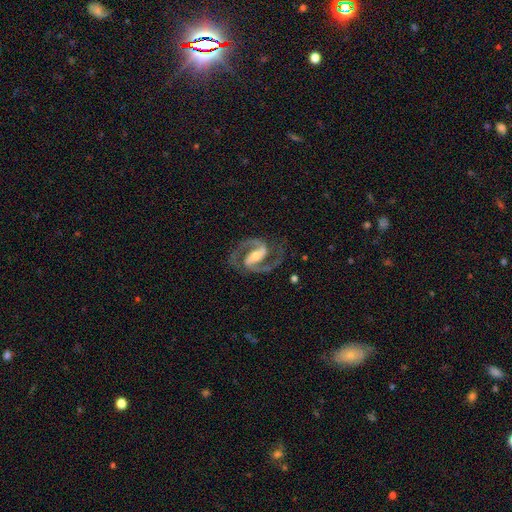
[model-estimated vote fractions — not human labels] Smooth or featured?
  - featured or disk: 93% *
  - star or artifact: 4%
  - smooth: 3%
Edge-on disk?
  - no: 97% *
  - yes: 3%
Bar?
  - strong: 55% *
  - weak: 32%
  - no: 13%
Spiral arms?
  - yes: 98% *
  - no: 2%
Spiral winding?
  - medium: 67% *
  - tight: 21%
  - loose: 12%
Spiral arm count?
  - 2: 94% *
  - can't tell: 1%
  - 1: 1%
  - 3: 1%
  - 4: 1%
  - more than 4: 1%
Bulge size?
  - moderate: 55% *
  - small: 36%
  - large: 6%
  - none: 2%
  - dominant: 1%
Merging?
  - none: 79% *
  - minor disturbance: 13%
  - major disturbance: 7%
  - merger: 1%